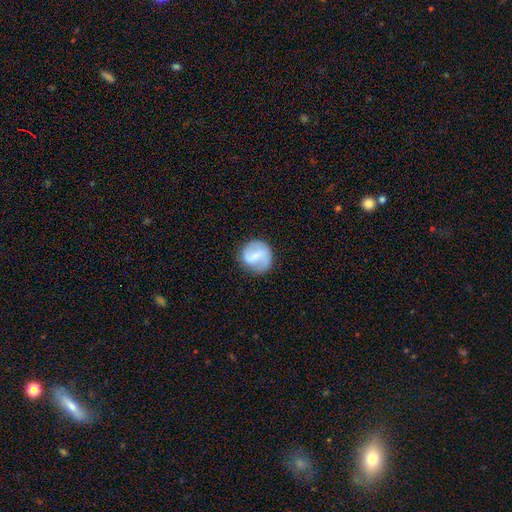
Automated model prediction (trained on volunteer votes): Smooth or featured: featured or disk — 48% (smooth — 45%)
Merging: none — 75% (minor disturbance — 17%)